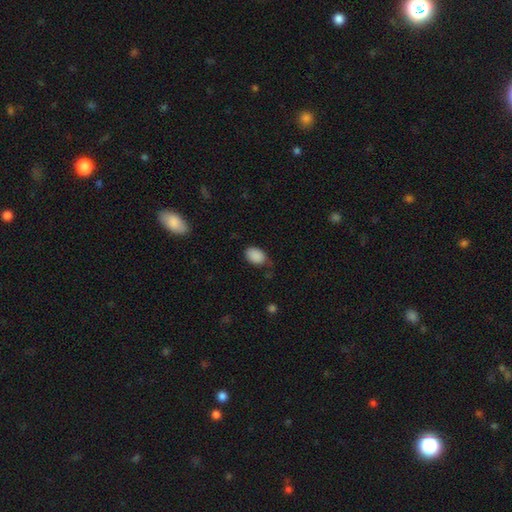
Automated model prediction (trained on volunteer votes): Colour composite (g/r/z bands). It shows a smooth galaxy with no disk features (89%) that is in between round and cigar-shaped (87%). Merging: none (61%).